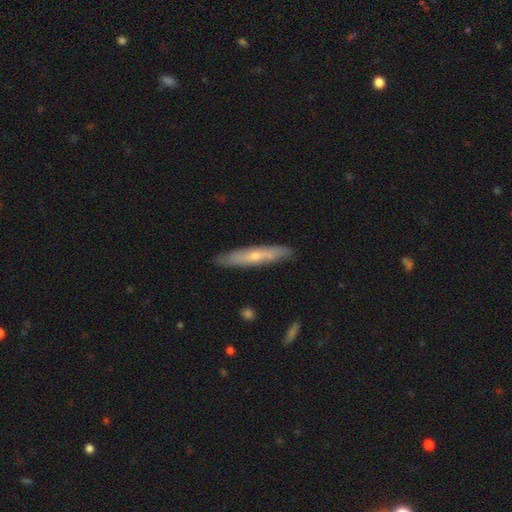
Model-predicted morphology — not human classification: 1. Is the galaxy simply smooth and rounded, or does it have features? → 50% featured or disk, 44% smooth, 6% star or artifact.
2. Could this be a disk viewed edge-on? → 73% yes, 27% no.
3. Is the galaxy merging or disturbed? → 86% none, 11% minor disturbance, 2% major disturbance, 1% merger.